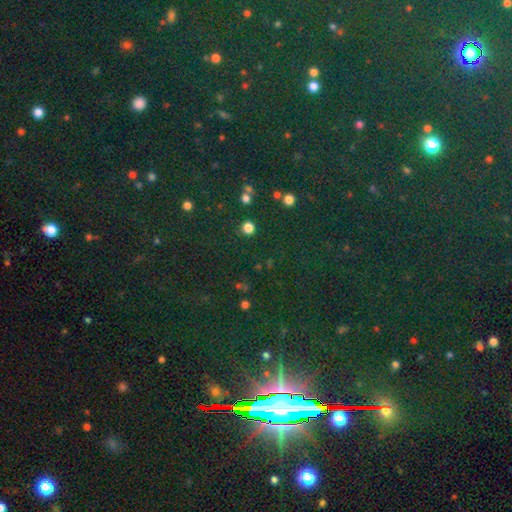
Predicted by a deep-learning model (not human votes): A star or artifact, not a galaxy (79%).